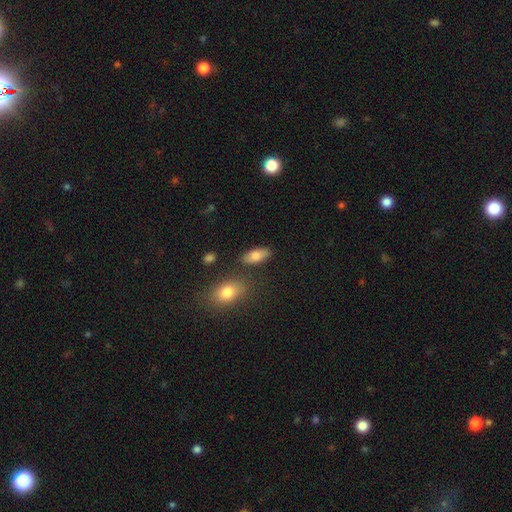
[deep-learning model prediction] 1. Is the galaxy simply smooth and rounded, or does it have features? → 79% smooth, 14% featured or disk, 7% star or artifact.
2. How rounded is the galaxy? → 86% in between, 10% cigar-shaped, 4% round.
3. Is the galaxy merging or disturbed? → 79% none, 12% minor disturbance, 6% merger, 3% major disturbance.